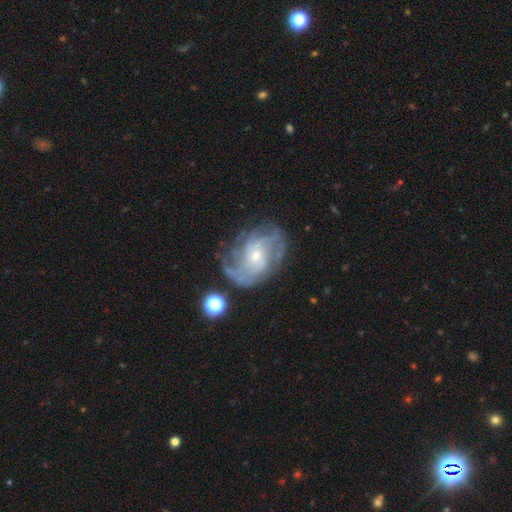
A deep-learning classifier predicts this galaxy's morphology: This appears to be a featured or disk galaxy (79%) with no bar (64%), tight (46%) spiral arms (89%) and a small central bulge (65%). Merging: none (64%).